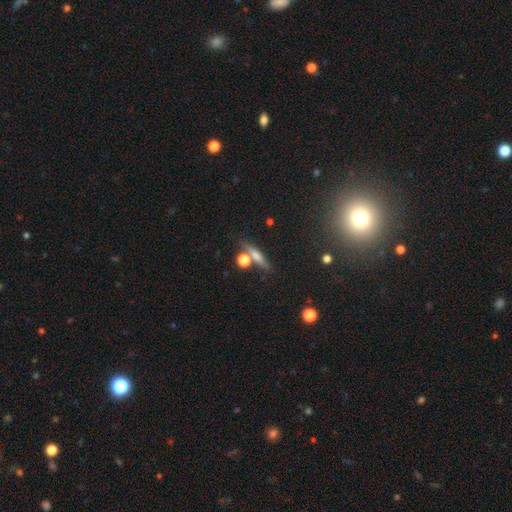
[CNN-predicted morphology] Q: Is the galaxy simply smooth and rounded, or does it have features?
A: smooth — 51%.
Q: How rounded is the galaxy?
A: cigar-shaped — 70%.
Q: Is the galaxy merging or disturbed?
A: none — 72%.